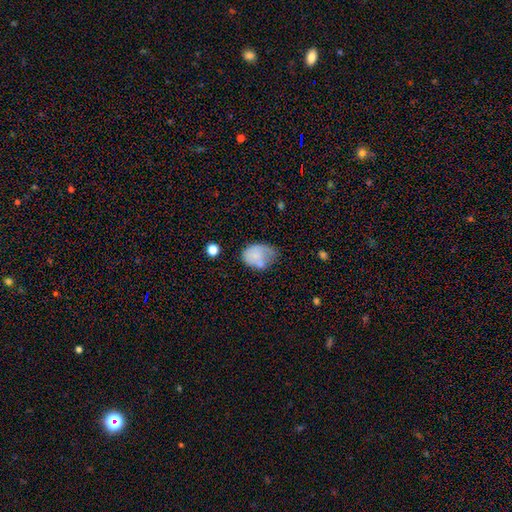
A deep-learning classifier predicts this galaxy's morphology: Smooth or featured: smooth — 69% (featured or disk — 22%)
How rounded: in between — 68% (round — 31%)
Merging: none — 35% (tied with minor disturbance — 35%)